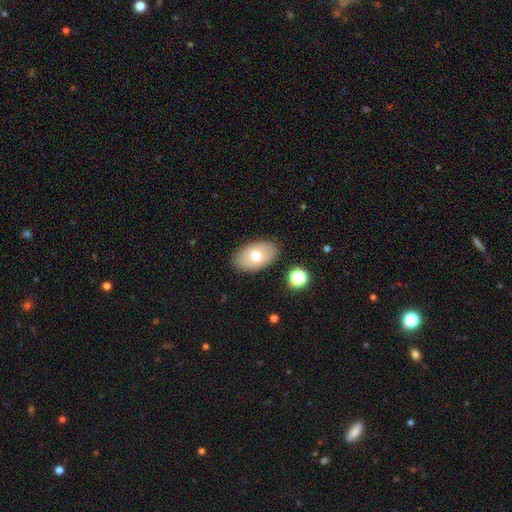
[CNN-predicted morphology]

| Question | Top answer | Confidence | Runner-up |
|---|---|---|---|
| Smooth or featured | smooth | 69% | featured or disk (23%) |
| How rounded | in between | 91% | round (7%) |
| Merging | none | 87% | minor disturbance (9%) |